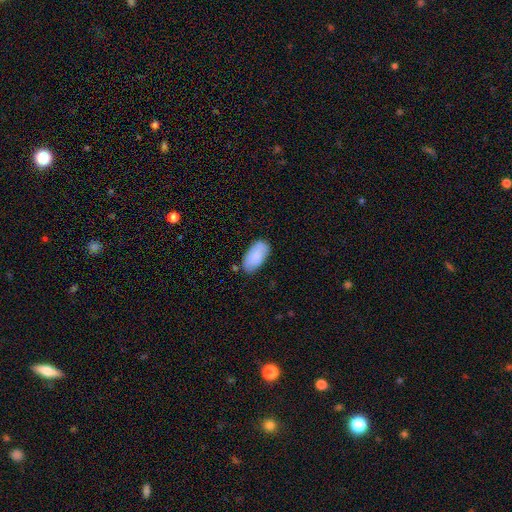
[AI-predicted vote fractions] This is clearly a smooth galaxy (84%). How rounded: clearly in between (95%). Merging: likely none (74%).